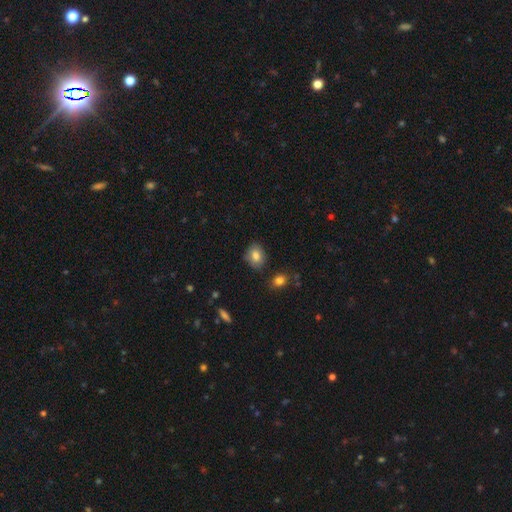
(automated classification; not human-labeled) Overall: smooth (82%). How rounded: in between (56%; round 43%). Merging: none (79%).